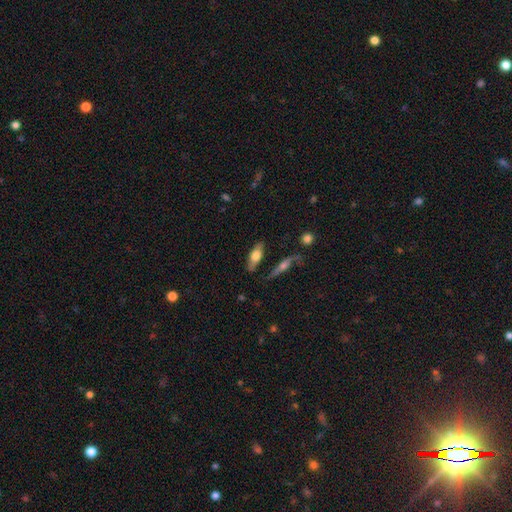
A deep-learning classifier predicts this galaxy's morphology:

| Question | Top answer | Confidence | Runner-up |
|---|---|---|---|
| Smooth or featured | smooth | 53% | featured or disk (41%) |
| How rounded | in between | 61% | cigar-shaped (36%) |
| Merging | none | 74% | minor disturbance (16%) |